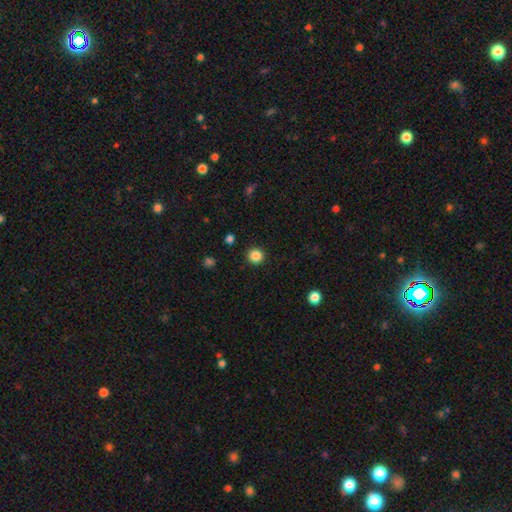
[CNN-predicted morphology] Q: Smooth or featured?
A: smooth (86%); runner-up: star or artifact (11%)
Q: How rounded?
A: round (95%); runner-up: in between (4%)
Q: Merging?
A: none (92%); runner-up: minor disturbance (5%)